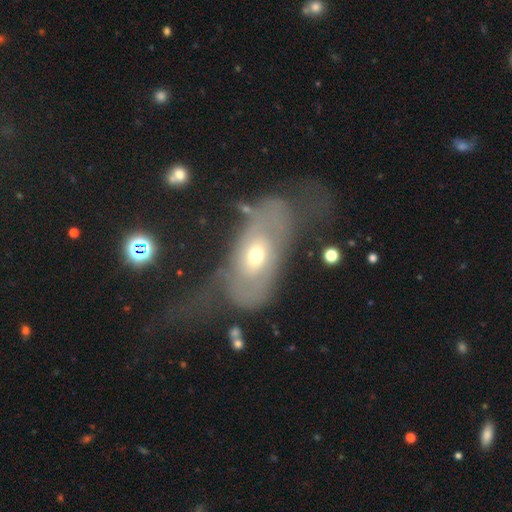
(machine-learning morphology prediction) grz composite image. It shows a featured or disk galaxy (57%) with no bar (77%), no spiral arms (53%) and a moderate central bulge (55%). Merging: major disturbance (49%).